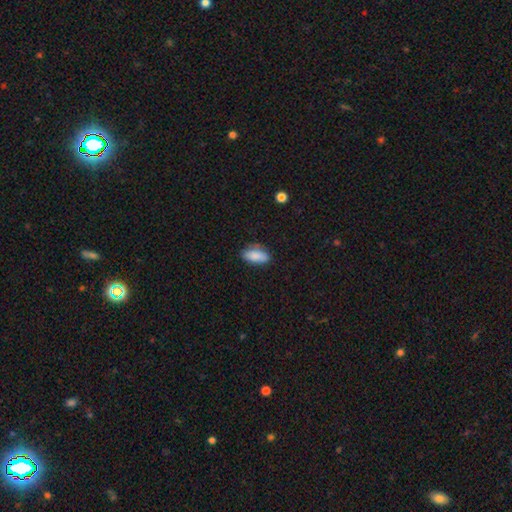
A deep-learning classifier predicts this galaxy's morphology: A smooth galaxy with no disk features (86%) that is in between round and cigar-shaped (90%). Merging: none (73%).